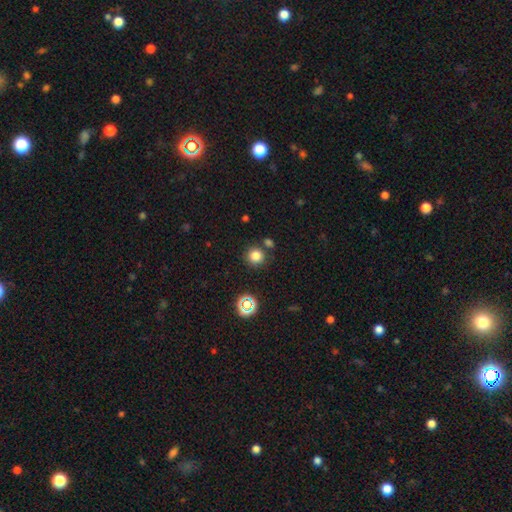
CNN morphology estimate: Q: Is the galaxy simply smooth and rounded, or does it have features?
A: smooth — 79%.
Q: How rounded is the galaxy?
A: round — 93%.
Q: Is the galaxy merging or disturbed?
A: none — 79%.